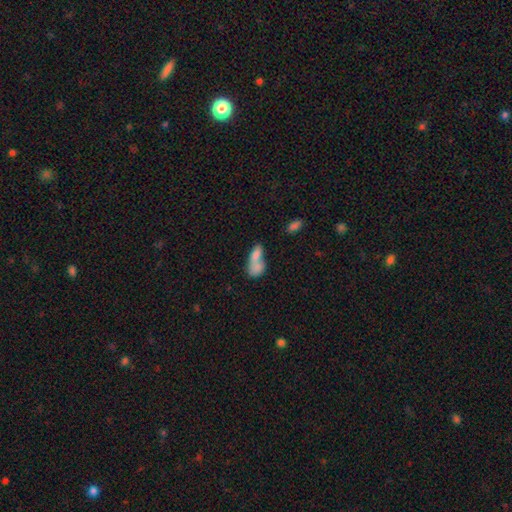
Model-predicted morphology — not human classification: A smooth galaxy with no disk features (76%) that is in between round and cigar-shaped (81%).

Vote fractions:
- Smooth or featured? smooth: 76% / featured or disk: 16% / star or artifact: 8%
- How rounded? in between: 81% / round: 10% / cigar-shaped: 9%
- Merging? merger: 66% / none: 19% / minor disturbance: 8% / major disturbance: 6%